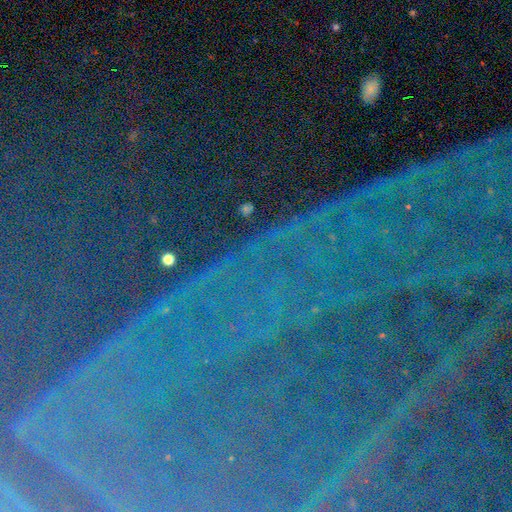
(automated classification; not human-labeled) Morphology: type=star or artifact (87%).